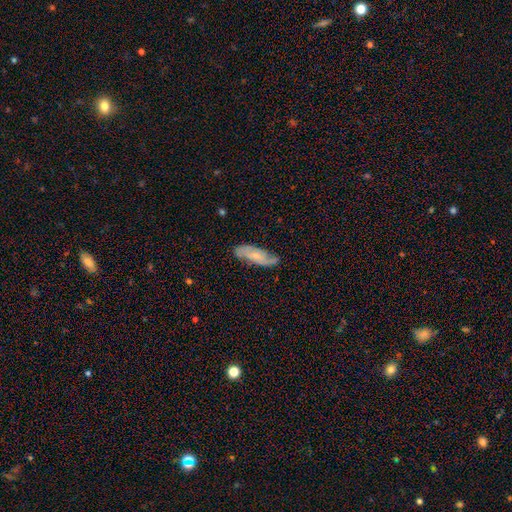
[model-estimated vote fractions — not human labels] Morphology: type=featured or disk (62%); edge-on=no (86%); bar=no (63%); spiral arms=yes (89%); bulge=small (64%); merging=none (69%).